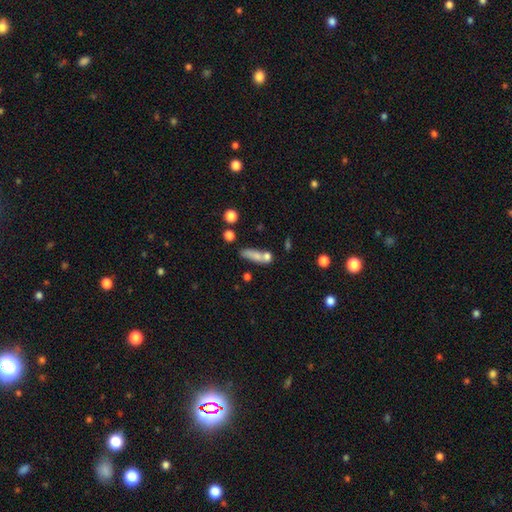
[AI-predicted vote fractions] This is likely a smooth galaxy (70%). How rounded: possibly cigar-shaped (51%). Merging: marginally none (43%).